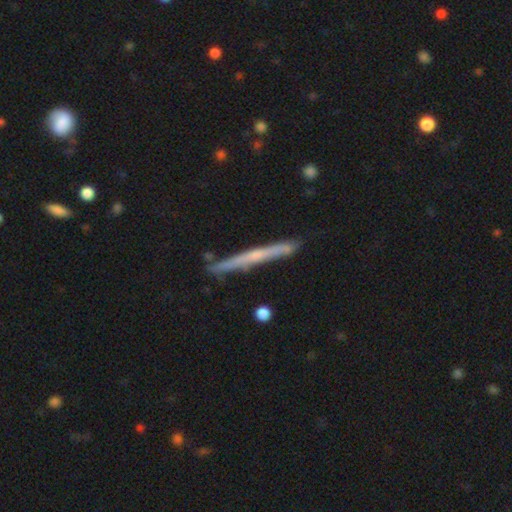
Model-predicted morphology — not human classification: featured or disk 62%, smooth 33%, star or artifact 6%. Down the decision tree: edge-on disk — yes (97%); edge-on bulge — none (60%); merging — none (86%).